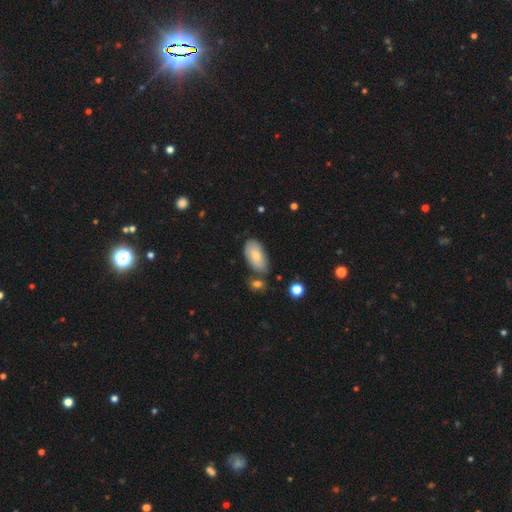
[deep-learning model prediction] Overall: smooth (76%). How rounded: in between (94%). Merging: none (64%).